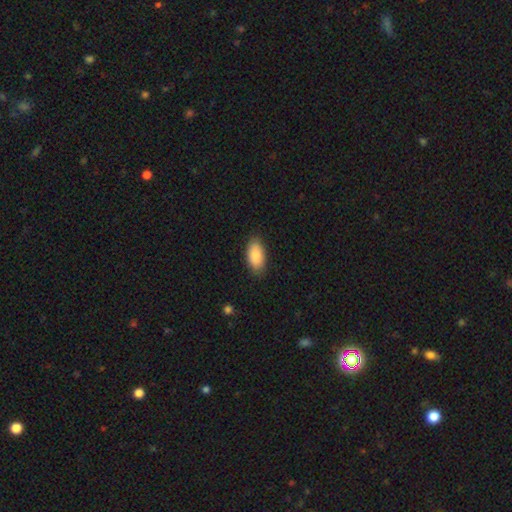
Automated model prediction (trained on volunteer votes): A smooth galaxy with no disk features (88%) that is in between round and cigar-shaped (93%). Merging: none (84%).